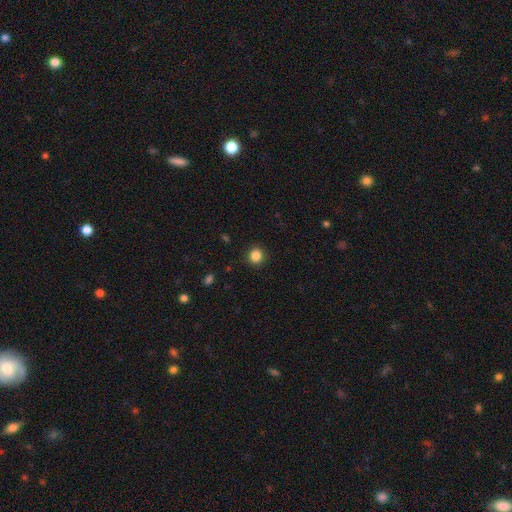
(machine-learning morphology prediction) smooth 85%, star or artifact 11%, featured or disk 4%. Down the decision tree: how rounded — round (89%); merging — none (90%).